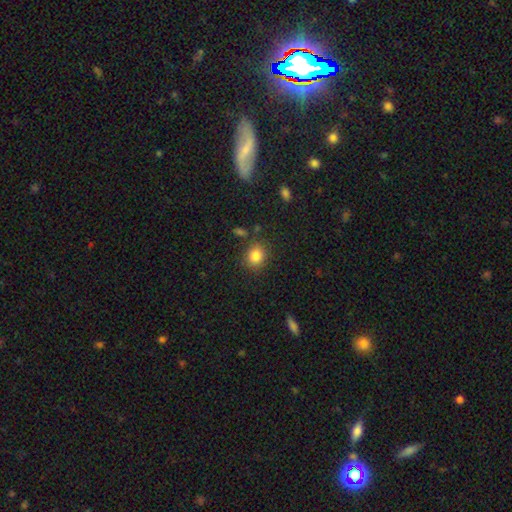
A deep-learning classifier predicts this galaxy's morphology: Smooth or featured? smooth (84%)
How rounded? round (70%)
Merging? none (80%)